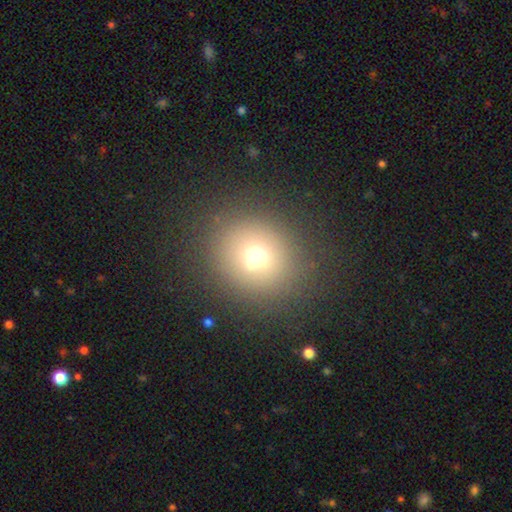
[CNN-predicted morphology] Smooth or featured? Predicted: smooth (p=0.67). How rounded? Predicted: round (p=0.83). Merging? Predicted: none (p=0.80).